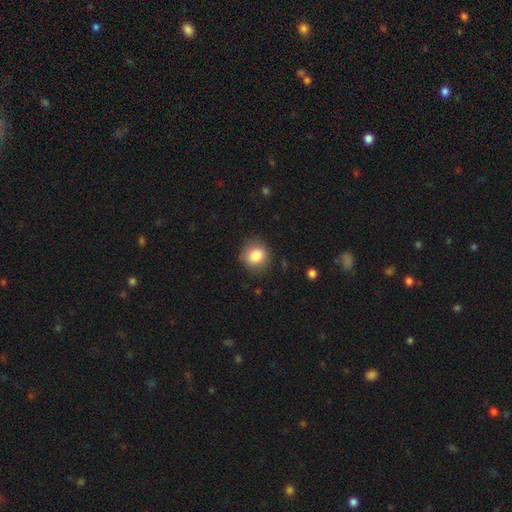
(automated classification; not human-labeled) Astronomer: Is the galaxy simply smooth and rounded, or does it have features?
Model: smooth — 85%.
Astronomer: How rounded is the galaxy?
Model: round — 80%.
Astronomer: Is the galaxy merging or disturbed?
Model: none — 81%.